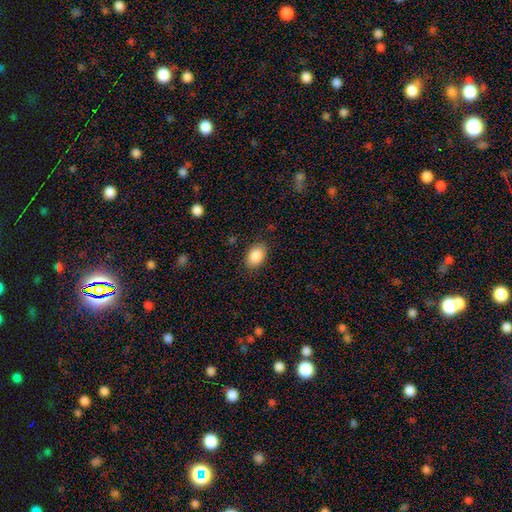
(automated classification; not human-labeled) This is clearly a smooth galaxy (87%). How rounded: likely in between (79%). Merging: clearly none (84%).